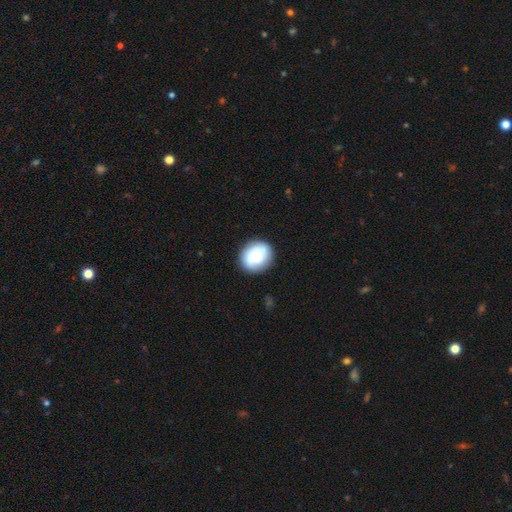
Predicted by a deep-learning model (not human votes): smooth 67%, featured or disk 26%, star or artifact 7%. Down the decision tree: how rounded — round (68%); merging — none (86%).